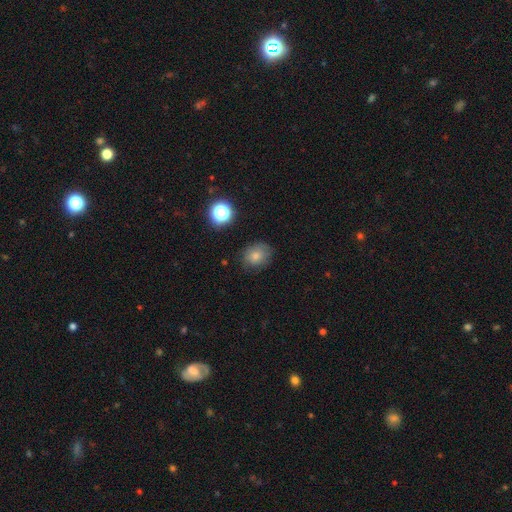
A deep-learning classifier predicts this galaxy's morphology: This is likely a smooth galaxy (74%). How rounded: possibly round (55%). Merging: likely none (74%).